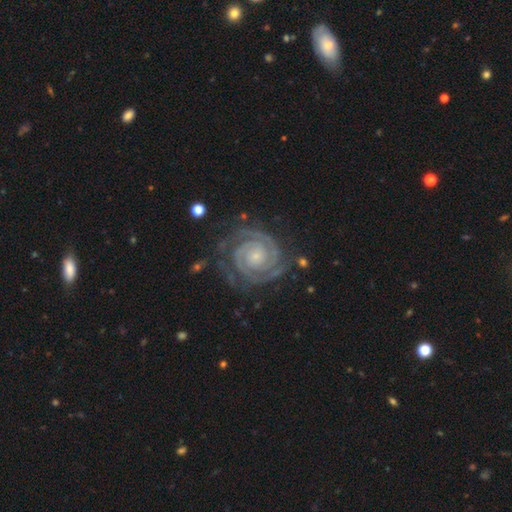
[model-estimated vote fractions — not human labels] A featured or disk galaxy (92%) with no bar (70%), 2 (75%) tight (85%) spiral arms (99%) and a small central bulge (72%). Merging: none (76%).